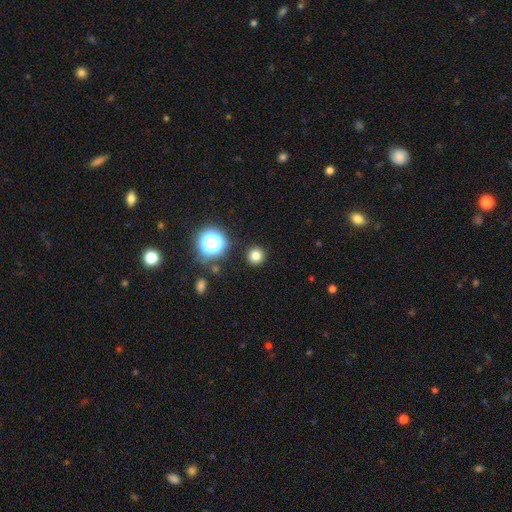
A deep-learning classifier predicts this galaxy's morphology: smooth_or_featured: smooth (p=0.78) [alt: star or artifact p=0.17]
how_rounded: round (p=0.95) [alt: in between p=0.04]
merging: none (p=0.91) [alt: minor disturbance p=0.05]